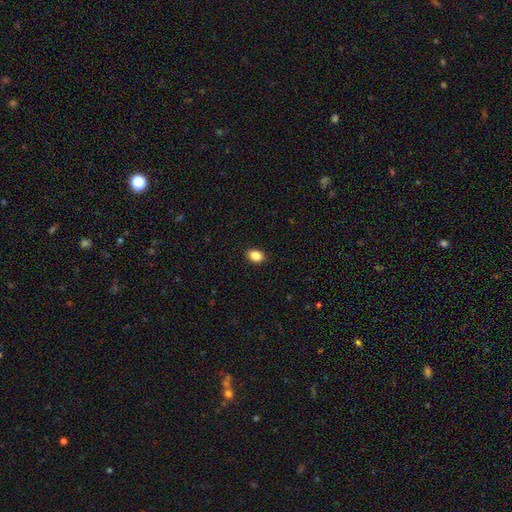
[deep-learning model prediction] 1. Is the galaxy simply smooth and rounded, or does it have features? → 87% smooth, 9% star or artifact, 4% featured or disk.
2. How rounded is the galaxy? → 72% in between, 27% round, 1% cigar-shaped.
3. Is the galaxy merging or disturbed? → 91% none, 7% minor disturbance, 2% major disturbance, 1% merger.